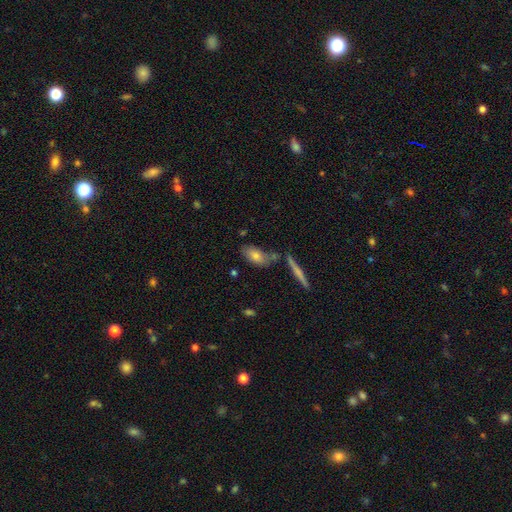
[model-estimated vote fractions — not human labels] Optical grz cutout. It shows a smooth galaxy with no disk features (70%) that is in between round and cigar-shaped (84%). Merging: none (59%).